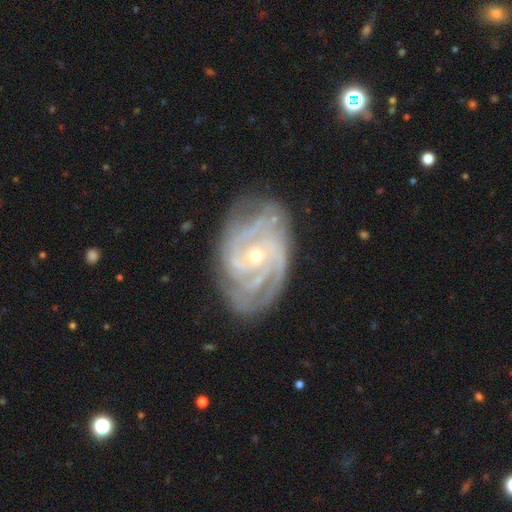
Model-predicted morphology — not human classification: Smooth or featured? Predicted: featured or disk (p=0.90). Edge-on disk? Predicted: no (p=0.97). Bar? Predicted: no (p=0.63). Spiral arms? Predicted: yes (p=0.97). Spiral winding? Predicted: tight (p=0.67). Spiral arm count? Predicted: 3 (p=0.28). Bulge size? Predicted: small (p=0.62). Merging? Predicted: none (p=0.71).